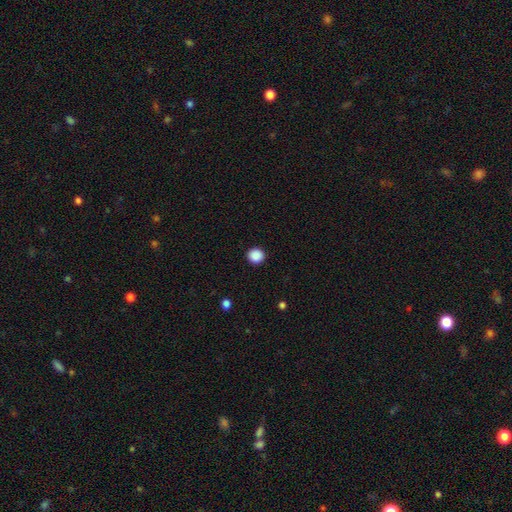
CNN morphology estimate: This appears to be a smooth galaxy with no disk features (89%) that is round (92%). Merging: none (92%).